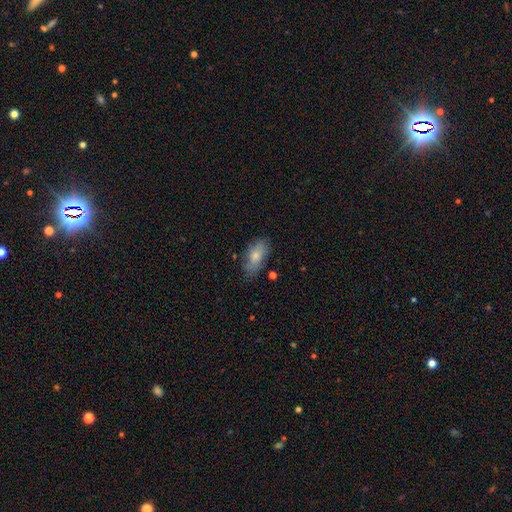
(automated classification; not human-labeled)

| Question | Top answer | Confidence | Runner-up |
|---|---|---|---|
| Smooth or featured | smooth | 73% | featured or disk (20%) |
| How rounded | in between | 88% | cigar-shaped (9%) |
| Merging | none | 66% | minor disturbance (25%) |